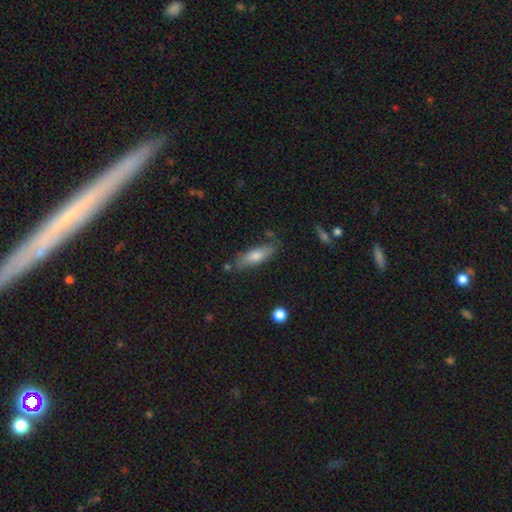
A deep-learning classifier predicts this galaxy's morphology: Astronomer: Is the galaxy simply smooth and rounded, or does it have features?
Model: smooth — 69%.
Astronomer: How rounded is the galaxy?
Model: cigar-shaped — 52% (runner-up: in between, 46%).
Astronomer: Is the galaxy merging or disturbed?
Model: none — 77%.